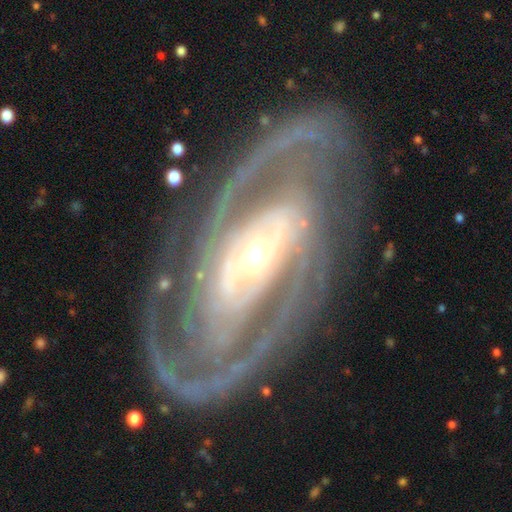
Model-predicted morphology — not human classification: The model was most divided on "spiral winding": tight: 50%, medium: 41%, loose: 9%. Remaining: spiral arms — yes (97%); edge-on disk — no (96%); smooth or featured — featured or disk (92%); merging — none (80%); spiral arm count — 2 (76%); bulge size — small (52%); bar — strong (40%).